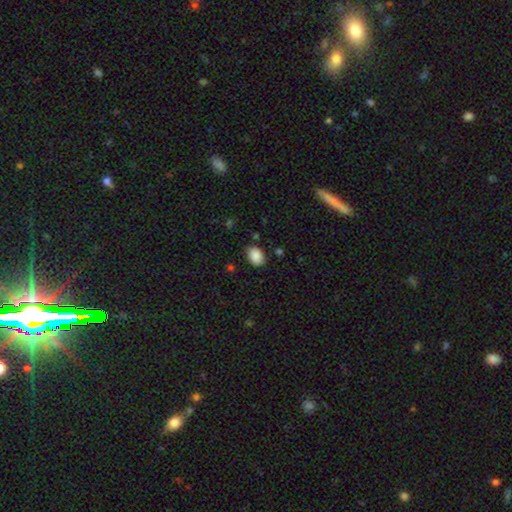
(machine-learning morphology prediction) This appears to be a smooth galaxy with no disk features (88%) that is in between round and cigar-shaped (75%). Merging: none (81%).